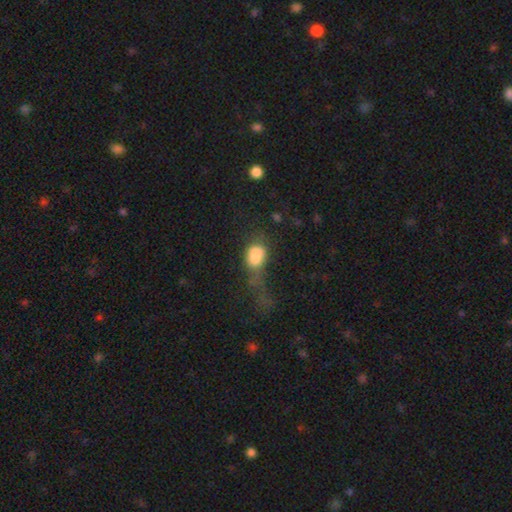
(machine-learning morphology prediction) This is likely a smooth galaxy (75%). How rounded: likely in between (73%). Merging: possibly major disturbance (51%).